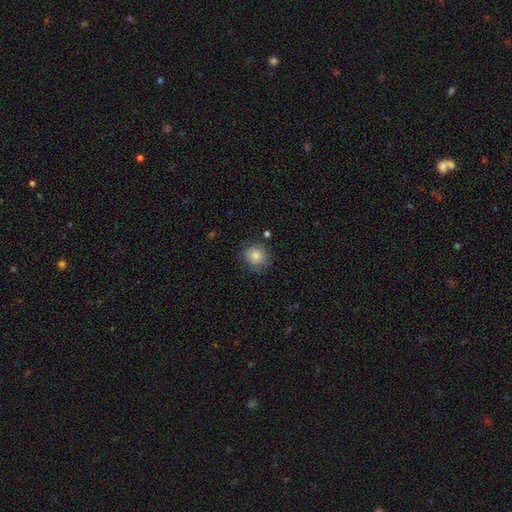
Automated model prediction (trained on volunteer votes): Morphology: type=smooth (84%); roundness=round (88%); merging=none (75%).